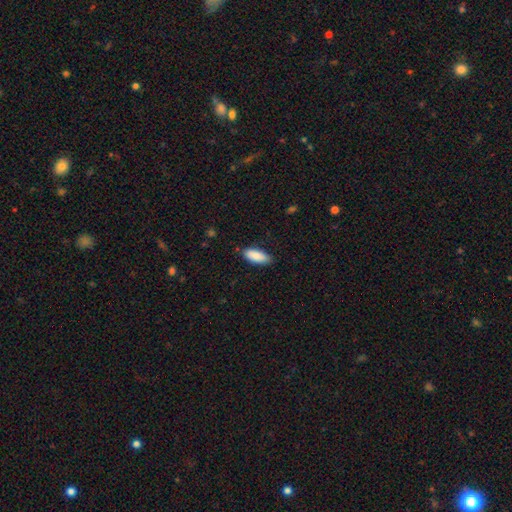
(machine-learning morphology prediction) Smooth or featured: smooth — 89% (star or artifact — 6%)
How rounded: in between — 82% (cigar-shaped — 17%)
Merging: none — 80% (minor disturbance — 16%)